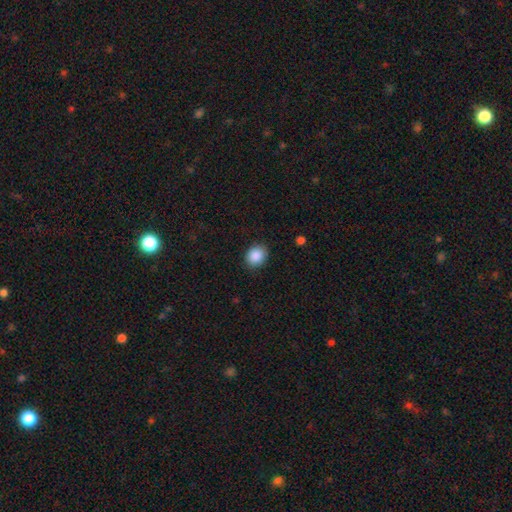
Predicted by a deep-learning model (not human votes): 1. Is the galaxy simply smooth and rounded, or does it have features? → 88% smooth, 8% star or artifact, 3% featured or disk.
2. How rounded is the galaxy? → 56% round, 43% in between, 1% cigar-shaped.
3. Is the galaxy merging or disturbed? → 86% none, 10% minor disturbance, 3% major disturbance, 1% merger.